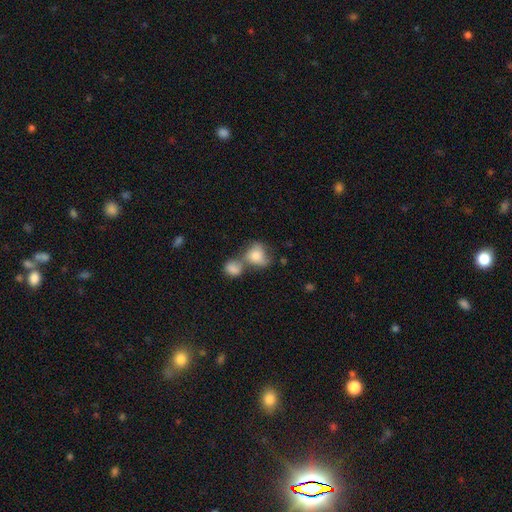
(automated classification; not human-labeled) Smooth or featured?
  - smooth: 74% *
  - featured or disk: 18%
  - star or artifact: 8%
How rounded?
  - round: 50% *
  - in between: 48%
  - cigar-shaped: 2%
Merging?
  - merger: 58% *
  - none: 22%
  - minor disturbance: 12%
  - major disturbance: 9%